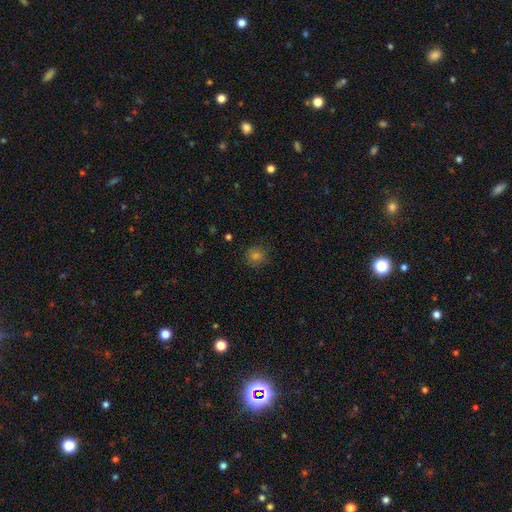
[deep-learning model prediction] Overall: smooth (72%). How rounded: round (92%). Merging: none (87%).